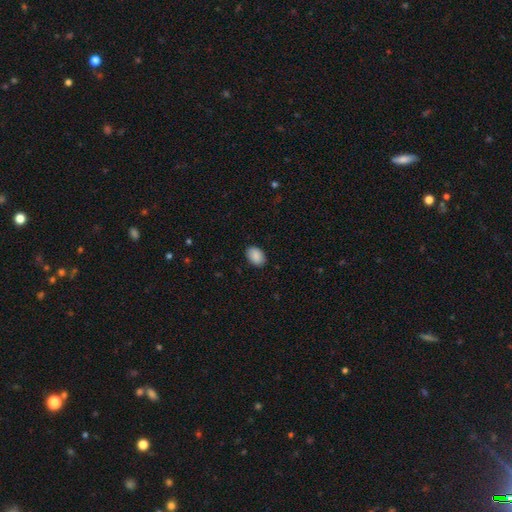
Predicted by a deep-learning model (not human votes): Smooth or featured: smooth — 90% (star or artifact — 7%)
How rounded: in between — 83% (round — 16%)
Merging: none — 88% (minor disturbance — 9%)